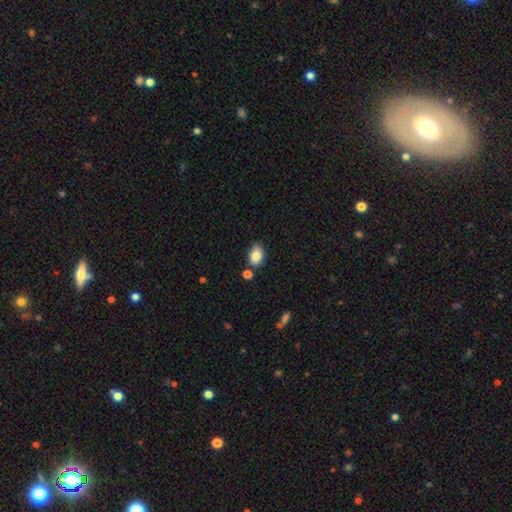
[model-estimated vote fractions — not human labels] A smooth galaxy with no disk features (84%) that is in between round and cigar-shaped (87%).

Vote fractions:
- Smooth or featured? smooth: 84% / featured or disk: 8% / star or artifact: 8%
- How rounded? in between: 87% / round: 11% / cigar-shaped: 1%
- Merging? none: 77% / minor disturbance: 12% / merger: 8% / major disturbance: 3%